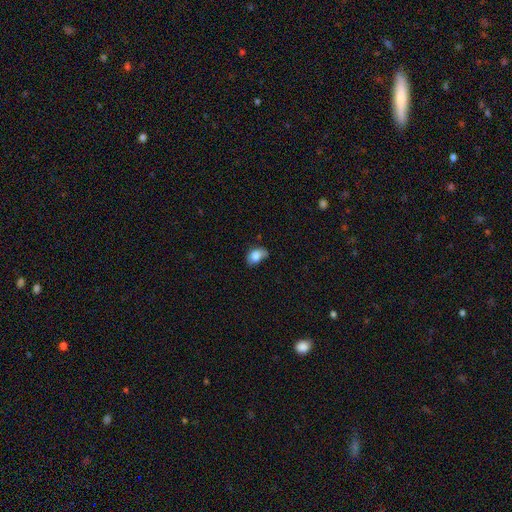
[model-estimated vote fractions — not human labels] Overall: smooth (80%). How rounded: in between (80%). Merging: none (43%; minor disturbance 40%).